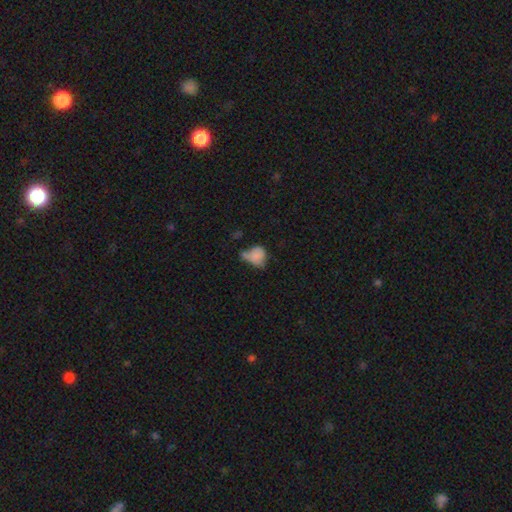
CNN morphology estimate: Overall: smooth (72%). How rounded: in between (59%; round 39%). Merging: none (27%; minor disturbance 26%).